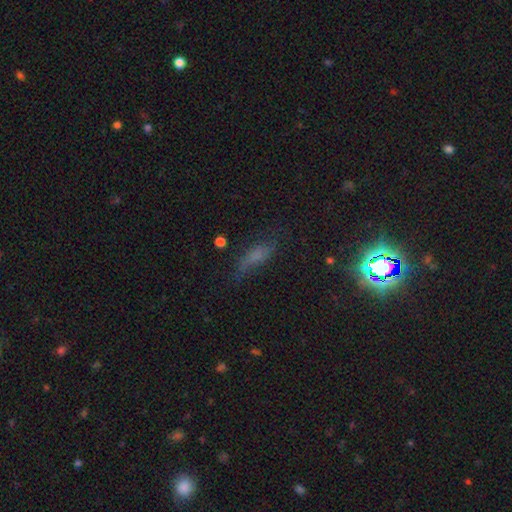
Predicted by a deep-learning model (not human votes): Smooth or featured? Predicted: smooth (p=0.48). Merging? Predicted: none (p=0.54).